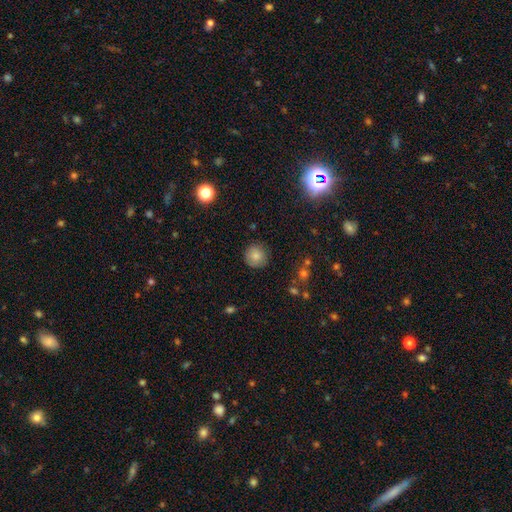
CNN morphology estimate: Smooth or featured?
  - smooth: 82% *
  - star or artifact: 10%
  - featured or disk: 8%
How rounded?
  - round: 93% *
  - in between: 6%
  - cigar-shaped: 1%
Merging?
  - none: 86% *
  - minor disturbance: 10%
  - major disturbance: 2%
  - merger: 1%